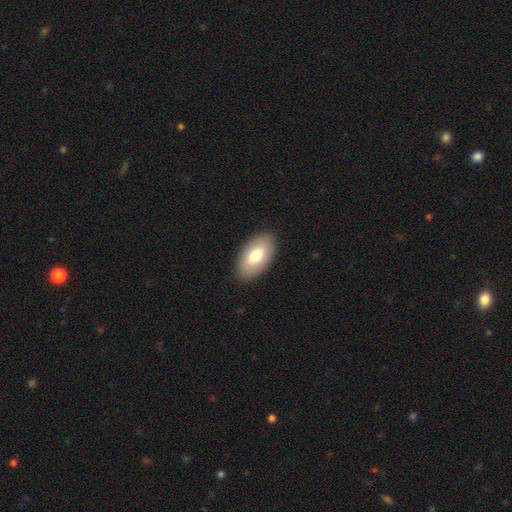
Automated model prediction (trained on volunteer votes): Smooth or featured: smooth — 75% (featured or disk — 19%)
How rounded: in between — 95% (round — 3%)
Merging: none — 88% (minor disturbance — 9%)